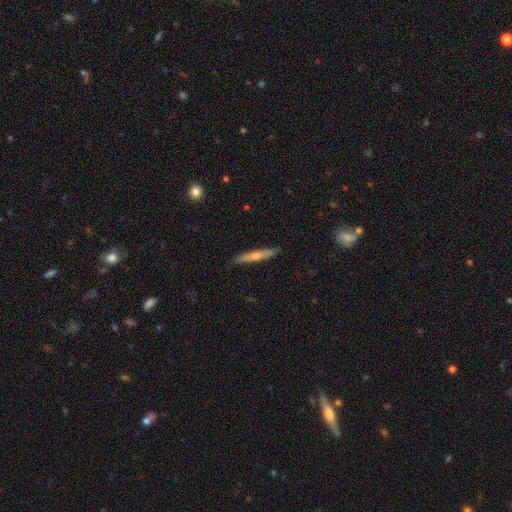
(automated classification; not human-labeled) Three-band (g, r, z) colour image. It shows a smooth galaxy with no disk features (56%) that is cigar-shaped (93%). Merging: none (86%).